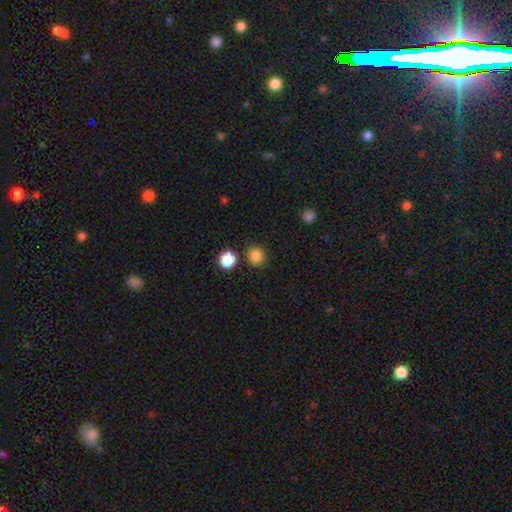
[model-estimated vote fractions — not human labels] smooth-or-featured: smooth: 85% | star or artifact: 12% | featured or disk: 3%
  how-rounded: round: 86% | in between: 13% | cigar-shaped: 1%
  merging: none: 83% | minor disturbance: 8% | merger: 7% | major disturbance: 3%